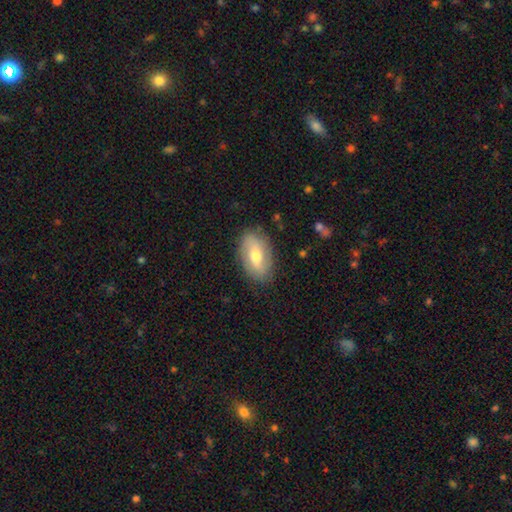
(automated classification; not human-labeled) smooth_or_featured: smooth (p=0.49) [alt: featured or disk p=0.45]
merging: none (p=0.83) [alt: minor disturbance p=0.12]